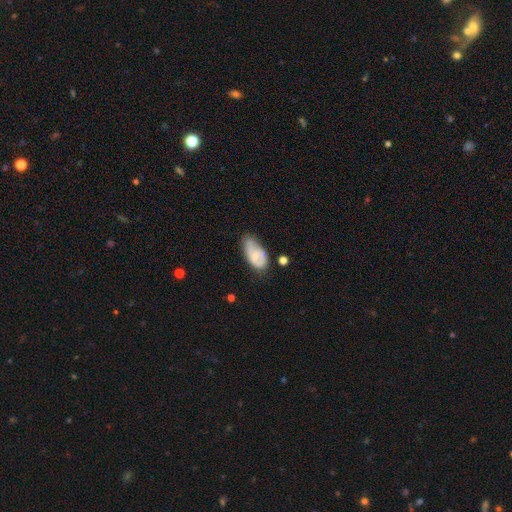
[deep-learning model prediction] Smooth or featured?
  - smooth: 51% *
  - featured or disk: 42%
  - star or artifact: 7%
How rounded?
  - in between: 91% *
  - round: 6%
  - cigar-shaped: 3%
Merging?
  - minor disturbance: 40% *
  - none: 37%
  - major disturbance: 18%
  - merger: 4%